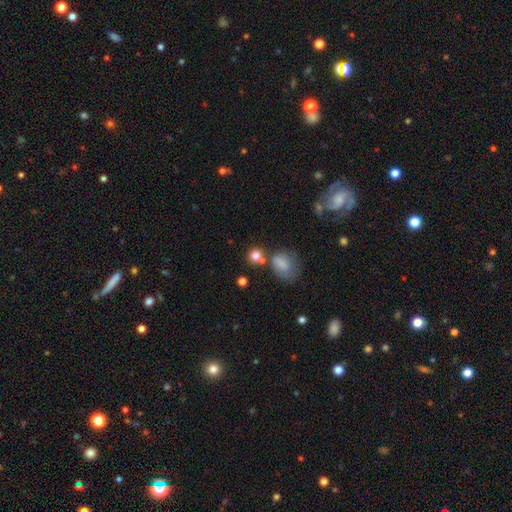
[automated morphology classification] Smooth or featured?
  - smooth: 79% *
  - star or artifact: 13%
  - featured or disk: 8%
How rounded?
  - round: 82% *
  - in between: 16%
  - cigar-shaped: 1%
Merging?
  - none: 63% *
  - merger: 19%
  - minor disturbance: 12%
  - major disturbance: 5%